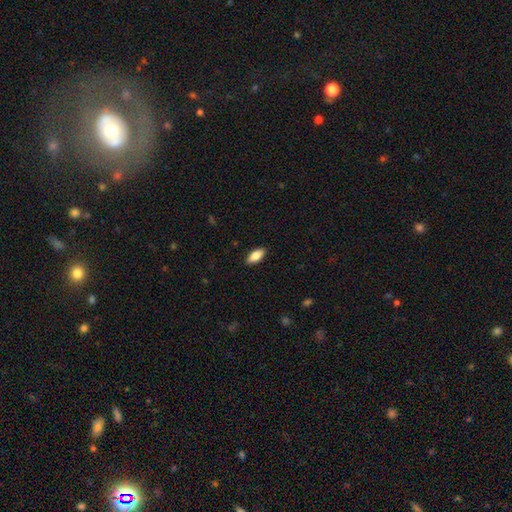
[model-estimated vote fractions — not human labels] smooth_or_featured: smooth (p=0.84) [alt: featured or disk p=0.10]
how_rounded: in between (p=0.87) [alt: cigar-shaped p=0.11]
merging: none (p=0.89) [alt: minor disturbance p=0.08]